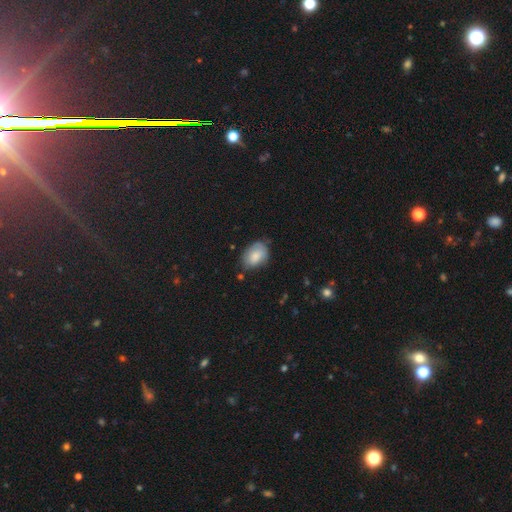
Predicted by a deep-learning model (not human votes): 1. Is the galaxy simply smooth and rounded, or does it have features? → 80% smooth, 13% featured or disk, 7% star or artifact.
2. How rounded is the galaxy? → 85% in between, 14% round, 1% cigar-shaped.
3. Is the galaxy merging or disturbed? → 60% none, 30% minor disturbance, 7% major disturbance, 3% merger.